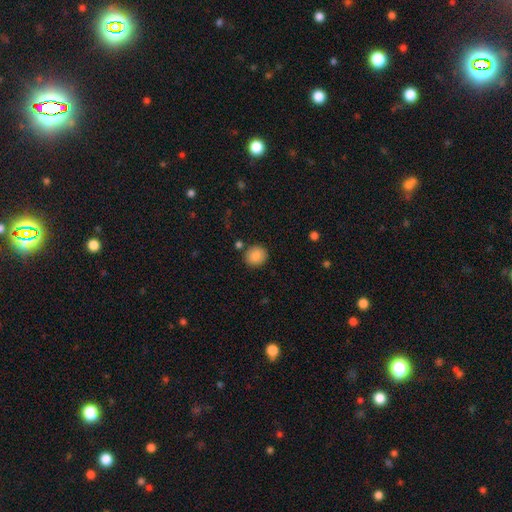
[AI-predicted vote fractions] Smooth or featured? smooth (88%)
How rounded? round (83%)
Merging? none (86%)